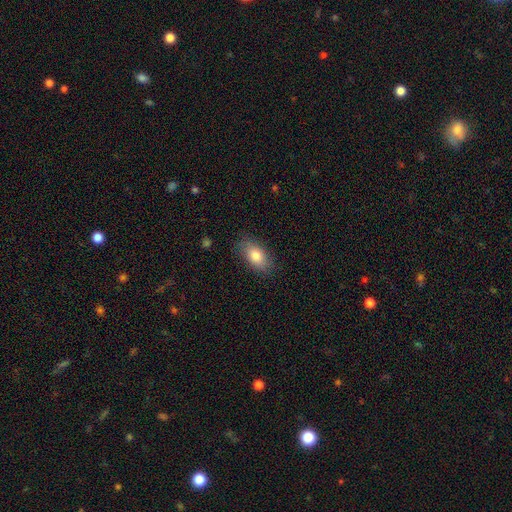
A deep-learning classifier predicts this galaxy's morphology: This is clearly a smooth galaxy (82%). How rounded: clearly in between (90%). Merging: clearly none (82%).